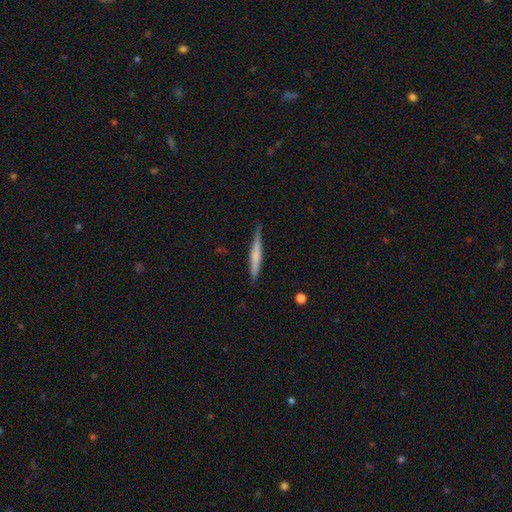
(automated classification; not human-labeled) smooth-or-featured: smooth: 48% | featured or disk: 46% | star or artifact: 6%
  merging: none: 86% | minor disturbance: 11% | major disturbance: 2% | merger: 1%